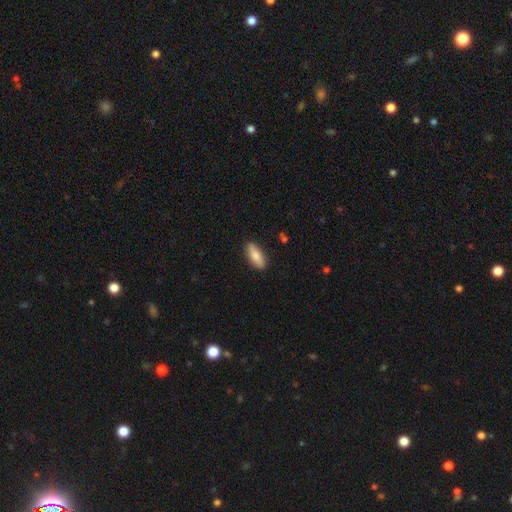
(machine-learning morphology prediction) smooth_or_featured: smooth (p=0.84) [alt: featured or disk p=0.11]
how_rounded: in between (p=0.73) [alt: cigar-shaped p=0.25]
merging: none (p=0.88) [alt: minor disturbance p=0.09]